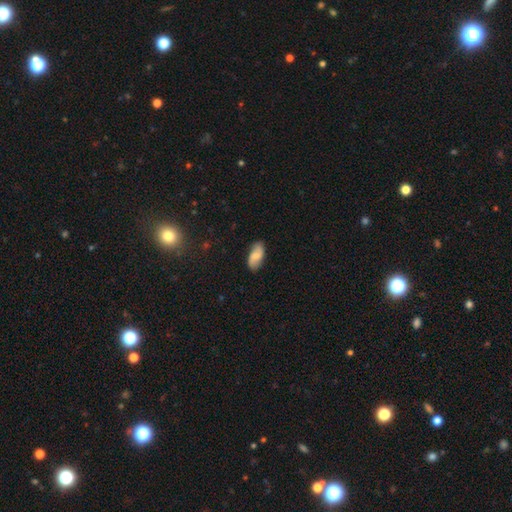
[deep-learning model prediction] Morphology: type=smooth (62%); roundness=in between (91%); merging=none (82%).